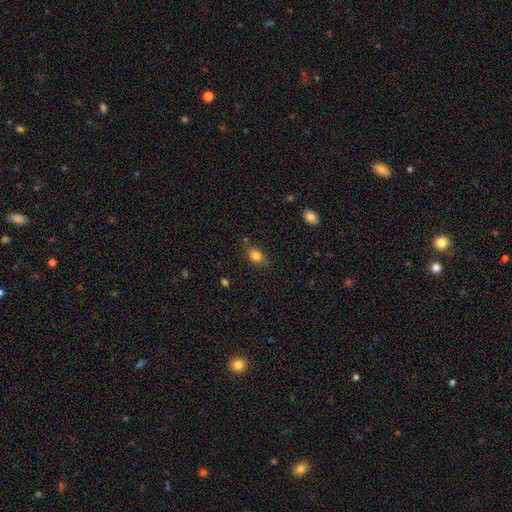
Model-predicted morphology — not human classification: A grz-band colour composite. It shows a smooth galaxy with no disk features (83%) that is in between round and cigar-shaped (72%). Merging: none (75%).